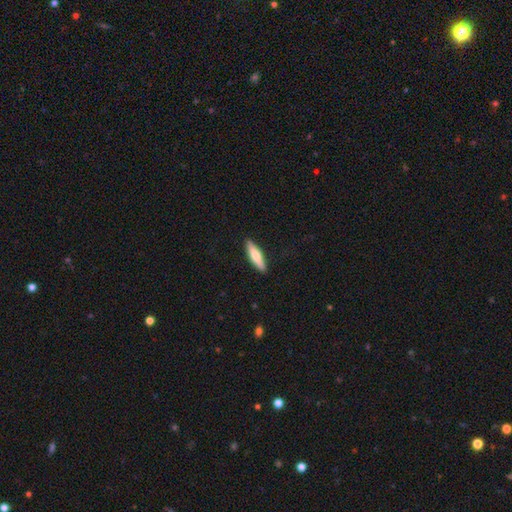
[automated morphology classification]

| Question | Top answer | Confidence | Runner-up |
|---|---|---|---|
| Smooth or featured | smooth | 64% | featured or disk (31%) |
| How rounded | cigar-shaped | 74% | in between (24%) |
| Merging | none | 91% | minor disturbance (7%) |